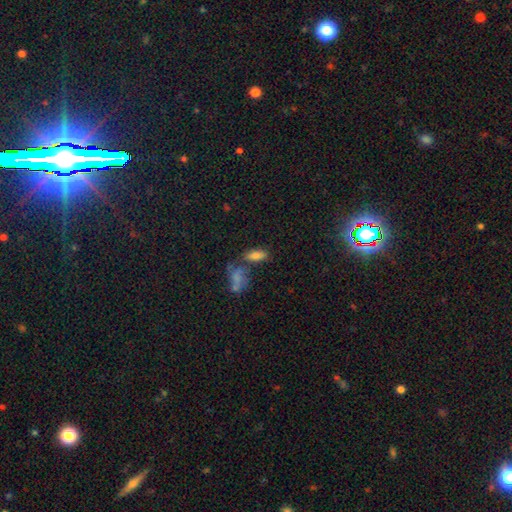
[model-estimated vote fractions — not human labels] Q: Smooth or featured?
A: smooth (76%); runner-up: featured or disk (12%)
Q: How rounded?
A: in between (78%); runner-up: cigar-shaped (19%)
Q: Merging?
A: none (58%); runner-up: merger (22%)